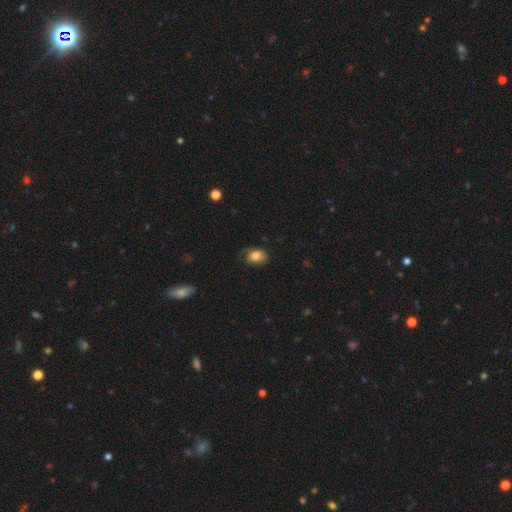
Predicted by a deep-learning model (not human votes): A smooth galaxy with no disk features (76%) that is in between round and cigar-shaped (76%). Merging: none (58%).